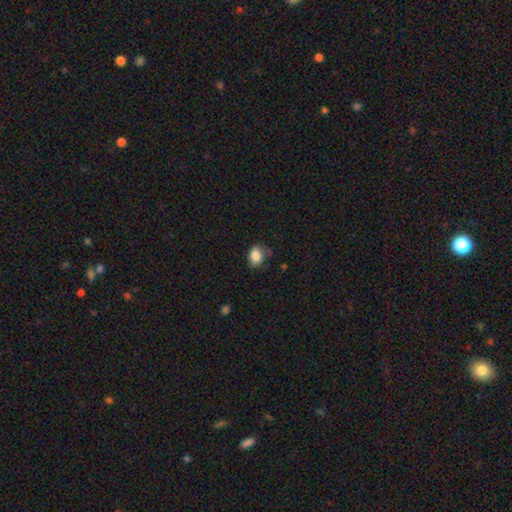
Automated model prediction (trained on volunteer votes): A smooth galaxy with no disk features (86%) that is in between round and cigar-shaped (64%).

Vote fractions:
- Smooth or featured? smooth: 86% / star or artifact: 8% / featured or disk: 6%
- How rounded? in between: 64% / round: 35% / cigar-shaped: 1%
- Merging? none: 66% / minor disturbance: 26% / major disturbance: 6% / merger: 2%